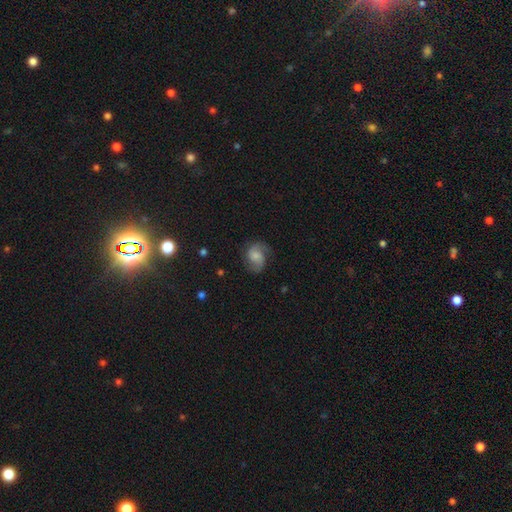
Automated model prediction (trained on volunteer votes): smooth_or_featured: featured or disk (p=0.67) [alt: smooth p=0.25]
disk_edge_on: no (p=0.98) [alt: yes p=0.02]
bar: no (p=0.58) [alt: weak p=0.36]
has_spiral_arms: yes (p=0.94) [alt: no p=0.06]
spiral_winding: medium (p=0.48) [alt: loose p=0.32]
spiral_arm_count: 2 (p=0.85) [alt: 1 p=0.06]
bulge_size: small (p=0.37) [alt: moderate p=0.33]
merging: none (p=0.70) [alt: minor disturbance p=0.19]